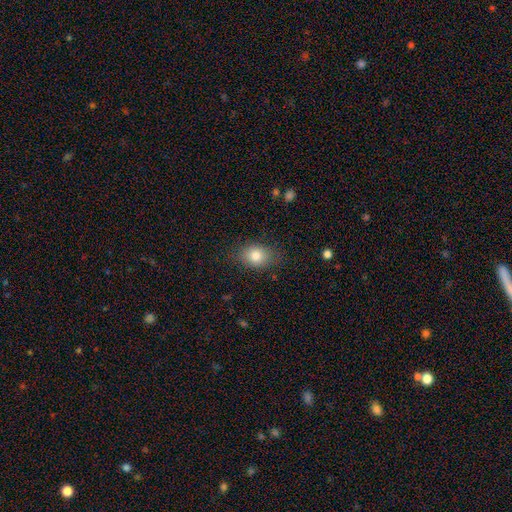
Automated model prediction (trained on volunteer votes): This is clearly a smooth galaxy (81%). How rounded: likely in between (67%). Merging: clearly none (81%).